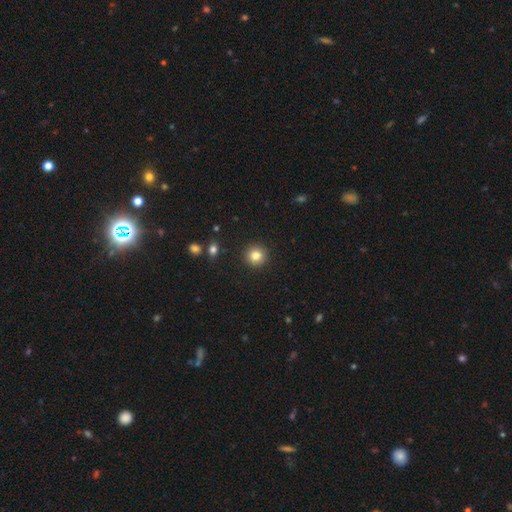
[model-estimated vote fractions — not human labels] This appears to be a smooth galaxy with no disk features (83%) that is round (95%). Merging: none (92%).